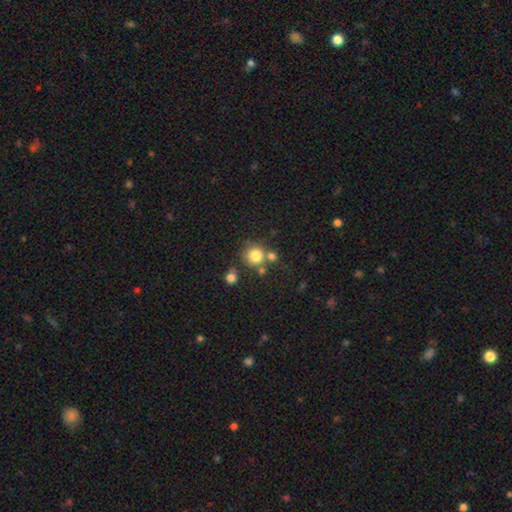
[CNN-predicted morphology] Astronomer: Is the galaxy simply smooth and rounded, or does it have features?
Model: smooth — 80%.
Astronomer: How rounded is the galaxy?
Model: round — 91%.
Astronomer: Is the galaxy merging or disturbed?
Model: none — 64%.